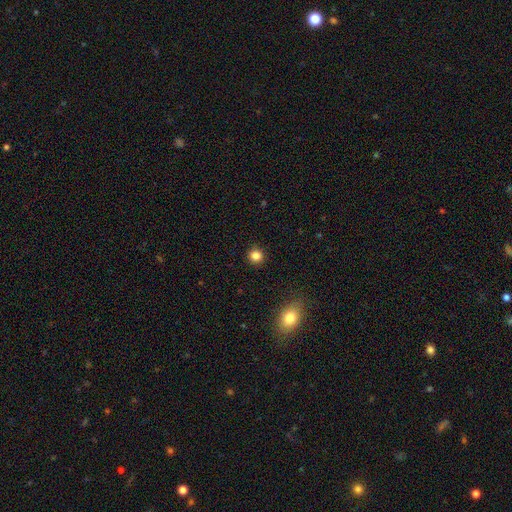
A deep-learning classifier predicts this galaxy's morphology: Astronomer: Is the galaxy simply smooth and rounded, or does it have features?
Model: smooth — 84%.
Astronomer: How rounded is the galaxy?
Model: round — 92%.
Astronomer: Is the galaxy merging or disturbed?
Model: none — 92%.